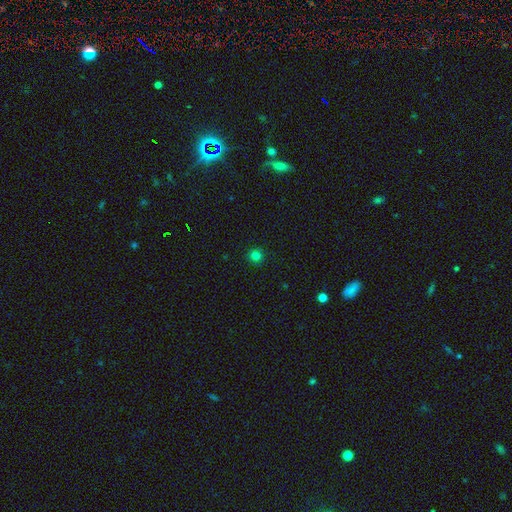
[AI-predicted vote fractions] Overall: smooth (80%). How rounded: round (94%). Merging: none (92%).